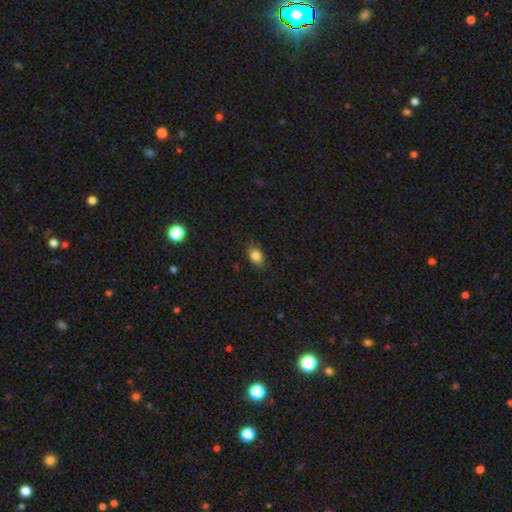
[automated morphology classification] smooth-or-featured: smooth: 84% | star or artifact: 10% | featured or disk: 6%
  how-rounded: in between: 67% | round: 31% | cigar-shaped: 2%
  merging: none: 82% | minor disturbance: 14% | major disturbance: 3% | merger: 1%